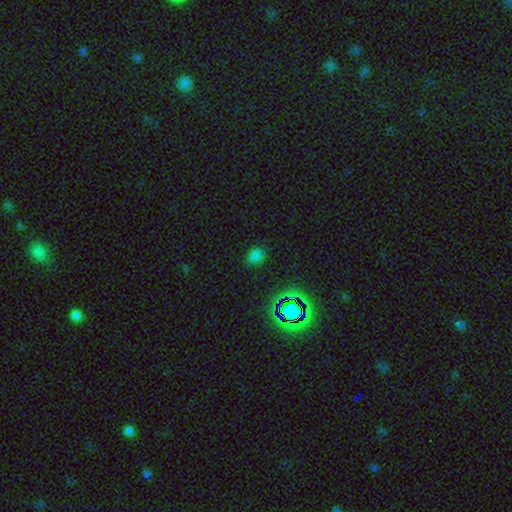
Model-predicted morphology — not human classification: Smooth or featured: smooth — 68% (star or artifact — 27%)
How rounded: in between — 54% (round — 44%)
Merging: none — 84% (minor disturbance — 11%)